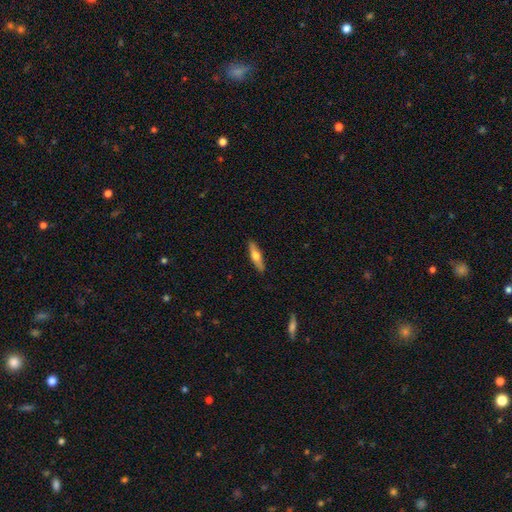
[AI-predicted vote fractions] Smooth or featured? smooth (49%)
Merging? none (90%)